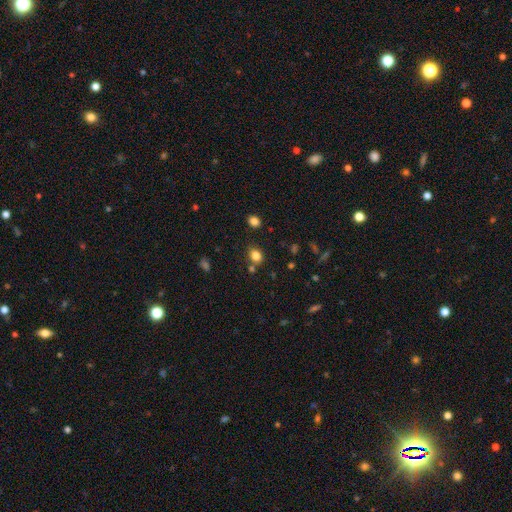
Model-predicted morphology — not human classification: Q: Smooth or featured?
A: smooth (82%); runner-up: star or artifact (12%)
Q: How rounded?
A: round (54%); runner-up: in between (45%)
Q: Merging?
A: none (75%); runner-up: minor disturbance (12%)